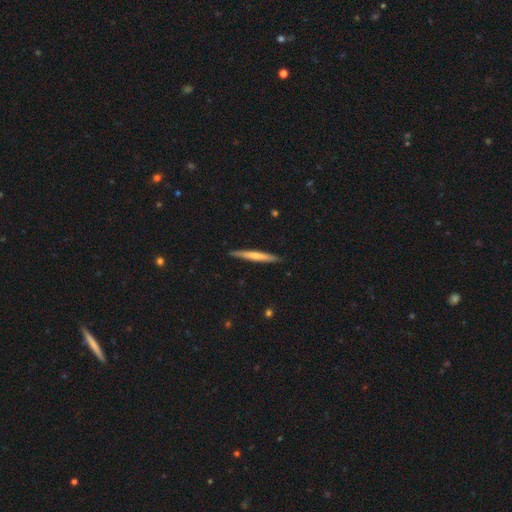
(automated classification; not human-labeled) smooth-or-featured: smooth: 56% | featured or disk: 39% | star or artifact: 5%
  how-rounded: cigar-shaped: 96% | in between: 3% | round: 1%
  merging: none: 89% | minor disturbance: 9% | major disturbance: 1% | merger: 1%